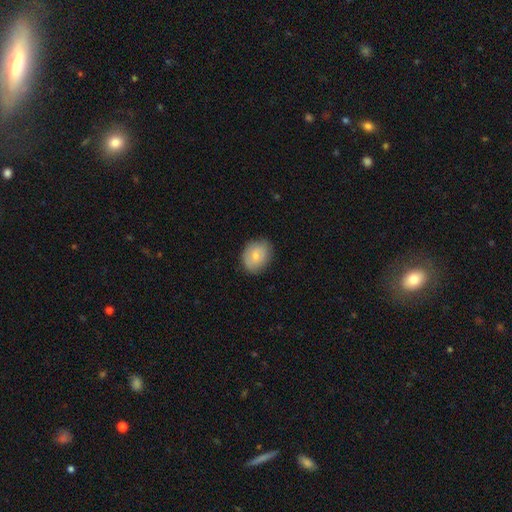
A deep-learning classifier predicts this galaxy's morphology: Smooth or featured? Predicted: smooth (p=0.77). How rounded? Predicted: in between (p=0.57). Merging? Predicted: none (p=0.82).